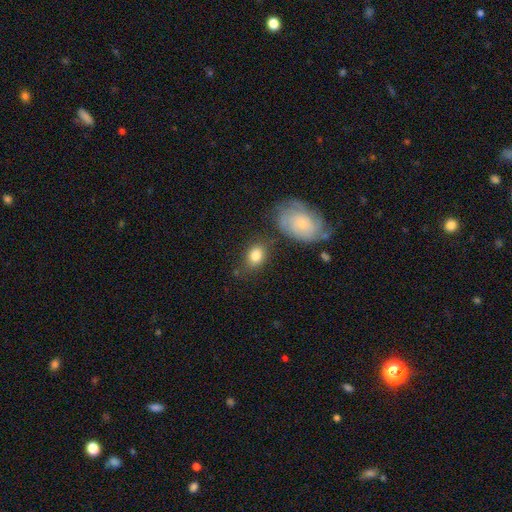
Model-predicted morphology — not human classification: Overall: smooth (79%). How rounded: in between (67%; round 31%). Merging: none (67%).